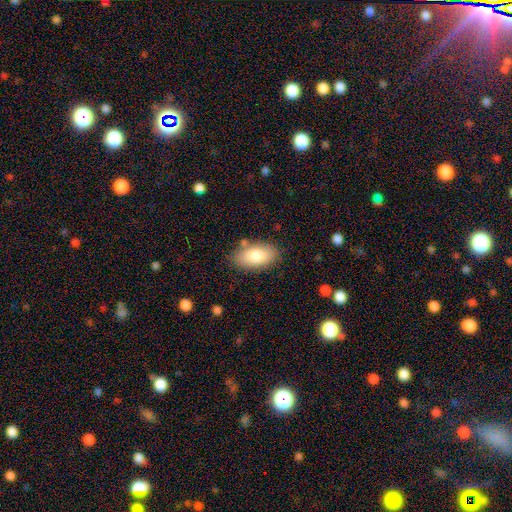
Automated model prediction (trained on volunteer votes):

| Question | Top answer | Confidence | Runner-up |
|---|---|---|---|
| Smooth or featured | smooth | 80% | featured or disk (13%) |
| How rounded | in between | 93% | round (3%) |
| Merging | none | 80% | minor disturbance (13%) |